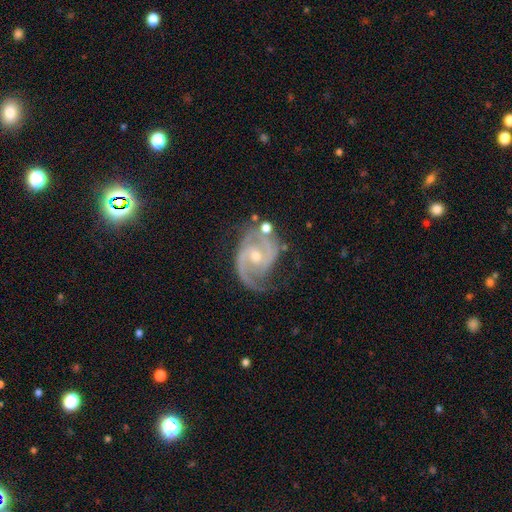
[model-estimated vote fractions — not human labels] Smooth or featured? featured or disk (91%)
Edge-on disk? no (97%)
Bar? no (49%)
Spiral arms? yes (98%)
Spiral winding? medium (54%)
Spiral arm count? 2 (83%)
Bulge size? small (48%, tied with moderate)
Merging? none (64%)